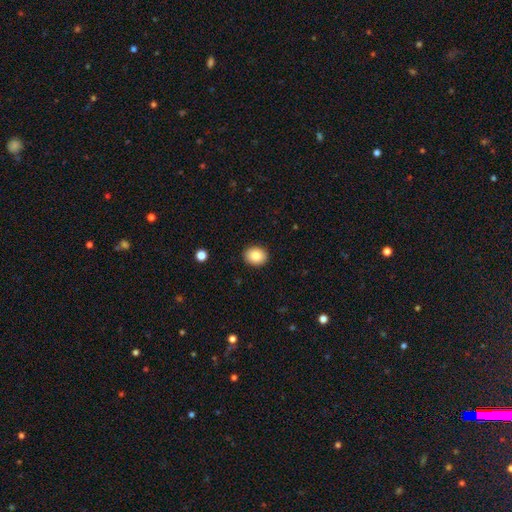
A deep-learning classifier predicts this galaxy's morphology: This appears to be a smooth galaxy with no disk features (84%) that is round (56%). Merging: none (91%).